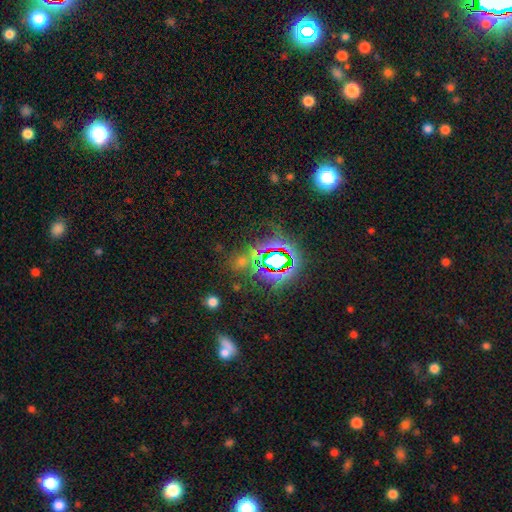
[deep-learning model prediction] star or artifact 74%, smooth 17%, featured or disk 10%.